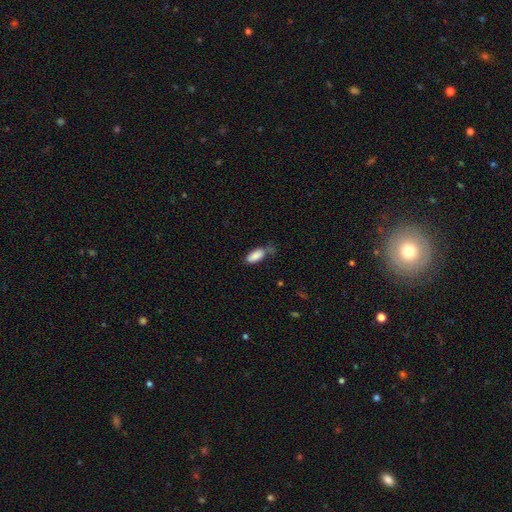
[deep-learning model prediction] Smooth or featured: smooth — 86% (star or artifact — 7%)
How rounded: in between — 87% (cigar-shaped — 10%)
Merging: none — 46% (minor disturbance — 33%)